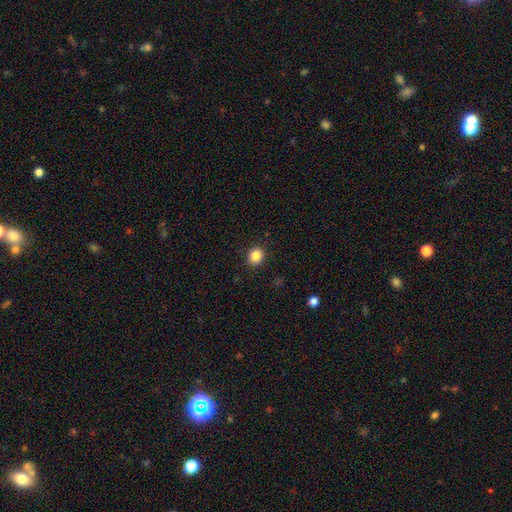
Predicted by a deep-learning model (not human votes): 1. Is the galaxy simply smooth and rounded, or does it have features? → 86% smooth, 10% star or artifact, 4% featured or disk.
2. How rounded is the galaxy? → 73% round, 26% in between, 1% cigar-shaped.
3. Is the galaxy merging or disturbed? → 90% none, 7% minor disturbance, 2% major disturbance, 1% merger.